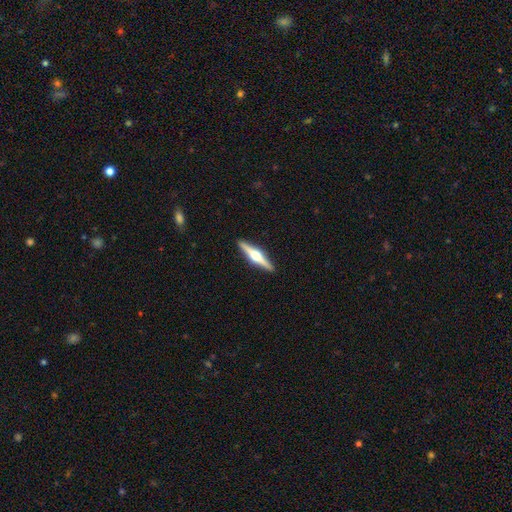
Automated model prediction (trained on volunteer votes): Smooth or featured? featured or disk (78%)
Edge-on disk? yes (98%)
Edge-on bulge? rounded (96%)
Merging? none (92%)